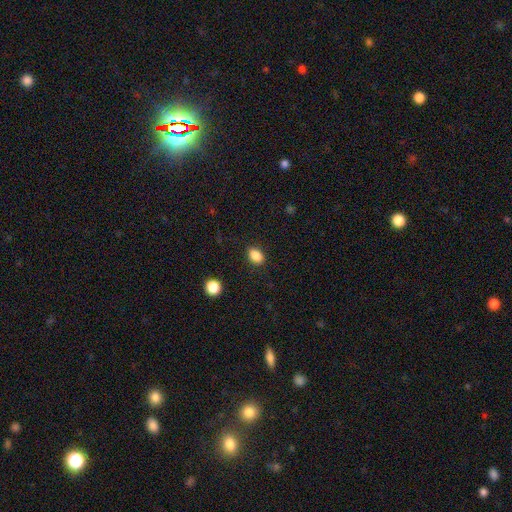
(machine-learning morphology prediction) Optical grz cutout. It shows a smooth galaxy with no disk features (87%) that is in between round and cigar-shaped (74%). Merging: none (87%).